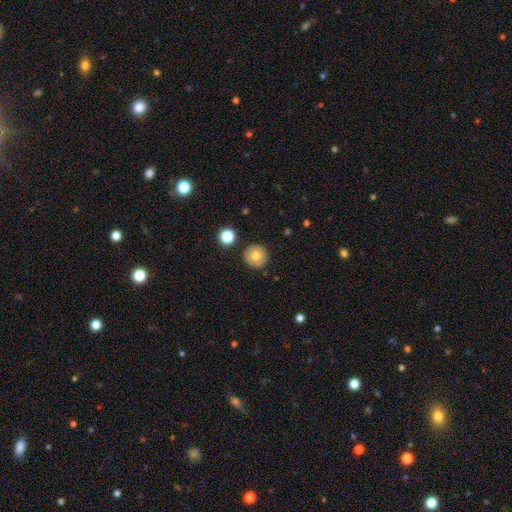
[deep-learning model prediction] Q: Smooth or featured?
A: smooth (75%); runner-up: featured or disk (16%)
Q: How rounded?
A: round (96%); runner-up: in between (3%)
Q: Merging?
A: none (89%); runner-up: minor disturbance (7%)